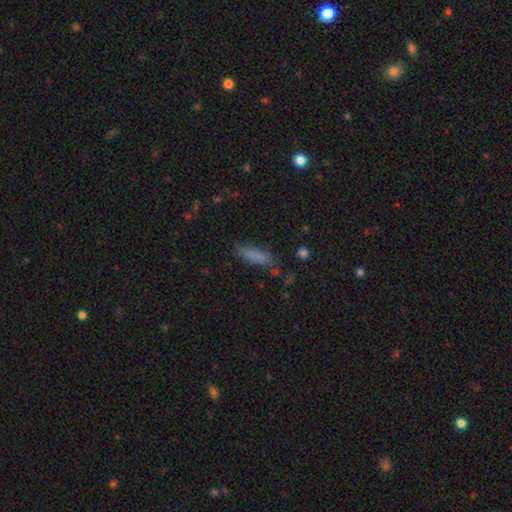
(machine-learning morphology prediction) Overall: smooth (81%). How rounded: cigar-shaped (57%; in between 41%). Merging: none (74%).